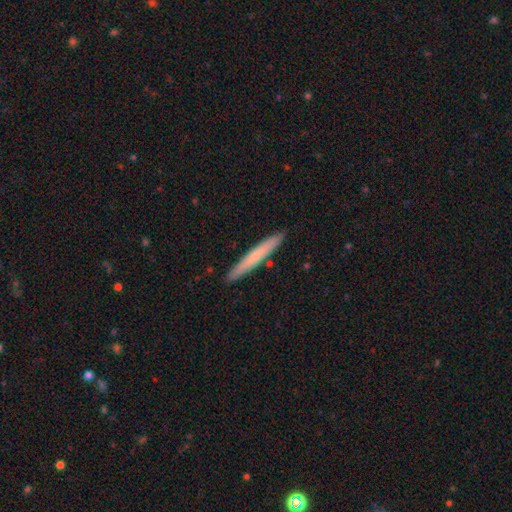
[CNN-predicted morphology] Overall: smooth (64%; featured or disk 31%). How rounded: cigar-shaped (97%). Merging: none (91%).